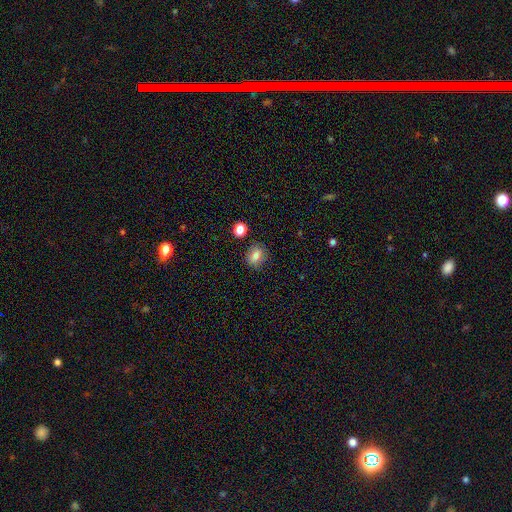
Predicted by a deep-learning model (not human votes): smooth_or_featured: smooth (p=0.79) [alt: star or artifact p=0.10]
how_rounded: in between (p=0.53) [alt: round p=0.45]
merging: none (p=0.83) [alt: minor disturbance p=0.11]